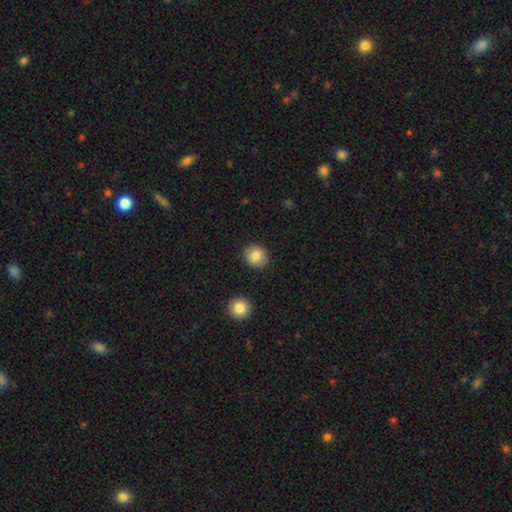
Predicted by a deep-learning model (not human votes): Morphology: type=smooth (84%); roundness=round (74%); merging=none (89%).